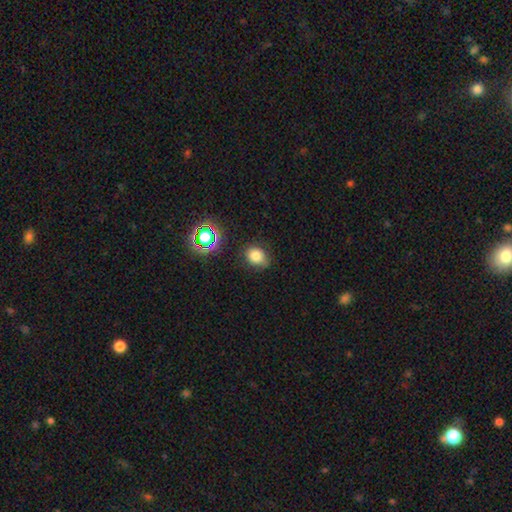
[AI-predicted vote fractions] A smooth galaxy with no disk features (77%) that is round (57%). Merging: none (72%).